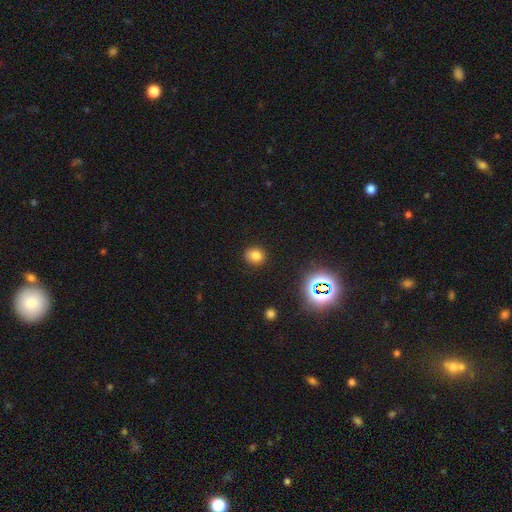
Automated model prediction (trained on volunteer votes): A smooth galaxy with no disk features (77%) that is round (71%).

Vote fractions:
- Smooth or featured? smooth: 77% / star or artifact: 16% / featured or disk: 7%
- How rounded? round: 71% / in between: 28% / cigar-shaped: 1%
- Merging? none: 86% / minor disturbance: 10% / major disturbance: 3% / merger: 1%